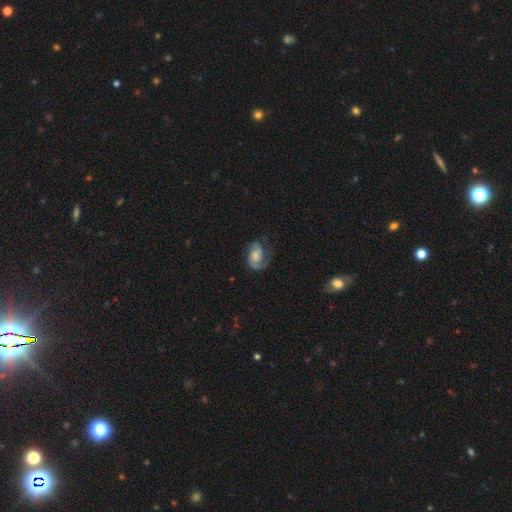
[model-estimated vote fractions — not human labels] This is likely a featured or disk galaxy (71%). It is clearly not viewed edge-on (97%). Bar: likely no (65%). Spiral arm pattern: clearly yes (92%). Spiral arm count: likely 2 (69%). Spiral winding: possibly medium (46%). Central bulge: marginally moderate (41%). Merging: possibly none (57%).